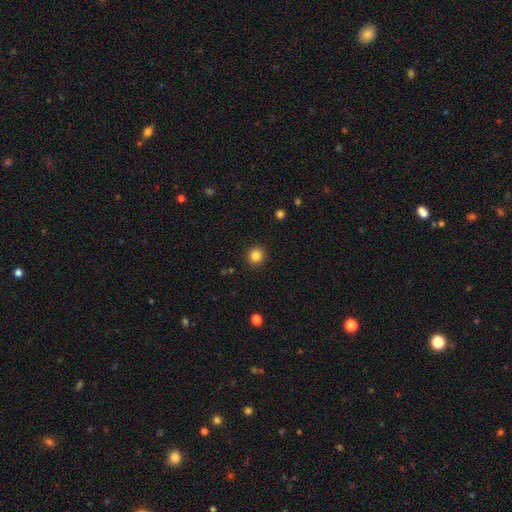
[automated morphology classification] Q: Smooth or featured?
A: smooth (85%); runner-up: star or artifact (11%)
Q: How rounded?
A: round (92%); runner-up: in between (7%)
Q: Merging?
A: none (91%); runner-up: minor disturbance (6%)